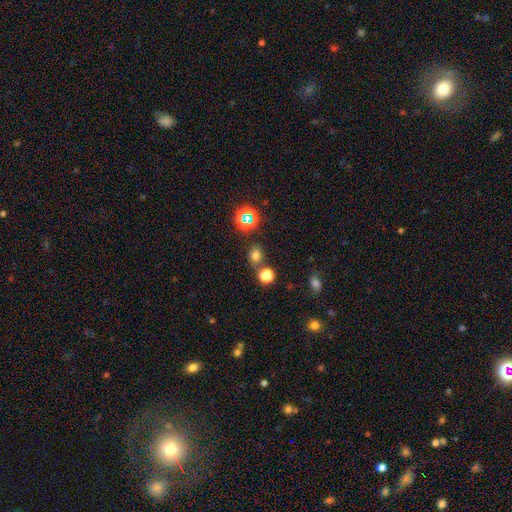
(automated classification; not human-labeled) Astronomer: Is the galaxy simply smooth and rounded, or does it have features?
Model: smooth — 69%.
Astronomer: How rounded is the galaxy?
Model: round — 67%.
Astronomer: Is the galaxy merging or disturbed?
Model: none — 70%.